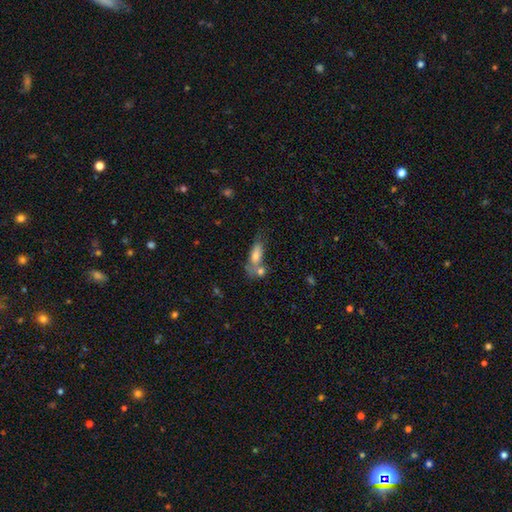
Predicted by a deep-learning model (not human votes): smooth_or_featured: smooth (p=0.66) [alt: featured or disk p=0.23]
how_rounded: in between (p=0.67) [alt: cigar-shaped p=0.29]
merging: none (p=0.40) [alt: merger p=0.32]